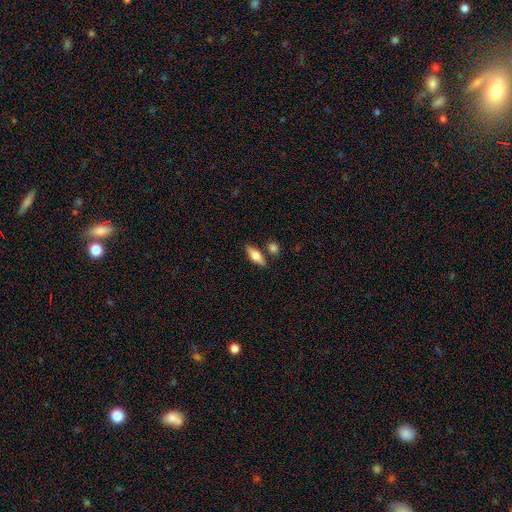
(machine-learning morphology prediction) Smooth or featured: smooth — 57% (featured or disk — 36%)
How rounded: in between — 59% (cigar-shaped — 38%)
Merging: none — 78% (minor disturbance — 11%)